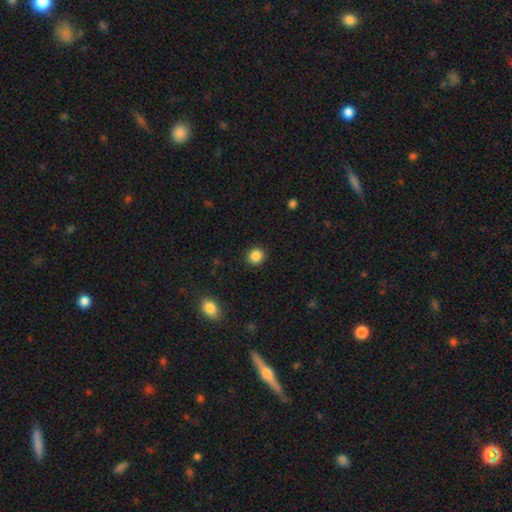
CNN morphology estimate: A smooth galaxy with no disk features (86%) that is round (92%). Merging: none (91%).